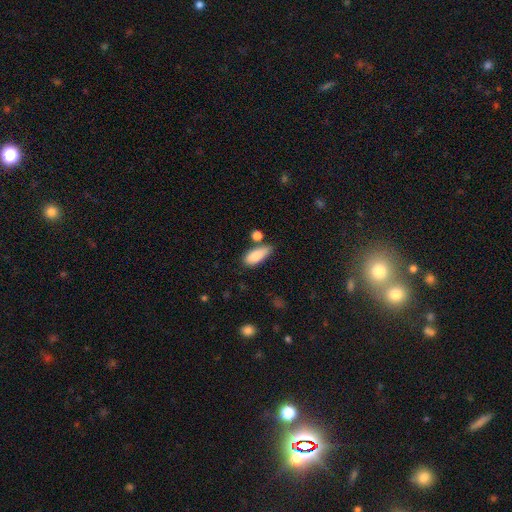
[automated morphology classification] Smooth or featured? Predicted: smooth (p=0.85). How rounded? Predicted: in between (p=0.78). Merging? Predicted: none (p=0.61).